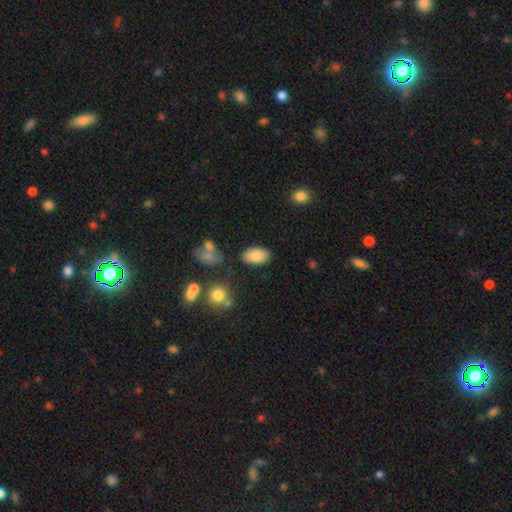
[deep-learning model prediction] Overall: smooth (85%). How rounded: in between (94%). Merging: none (83%).